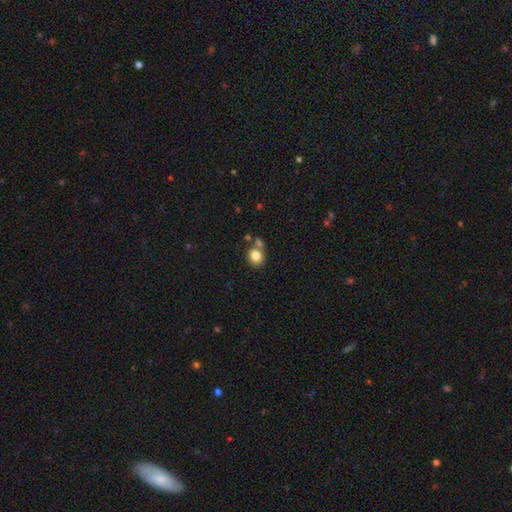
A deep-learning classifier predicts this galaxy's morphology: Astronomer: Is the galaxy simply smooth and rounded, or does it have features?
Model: smooth — 81%.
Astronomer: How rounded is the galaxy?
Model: round — 72%.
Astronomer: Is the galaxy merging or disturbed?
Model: none — 62%.